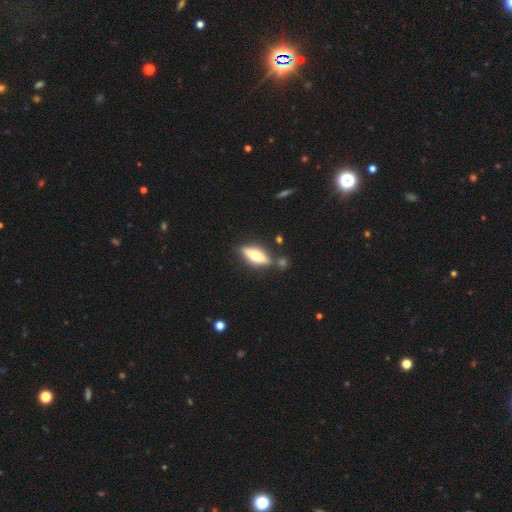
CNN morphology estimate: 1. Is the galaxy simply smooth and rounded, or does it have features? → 48% featured or disk, 46% smooth, 7% star or artifact.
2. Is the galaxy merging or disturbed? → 78% none, 11% minor disturbance, 8% merger, 3% major disturbance.